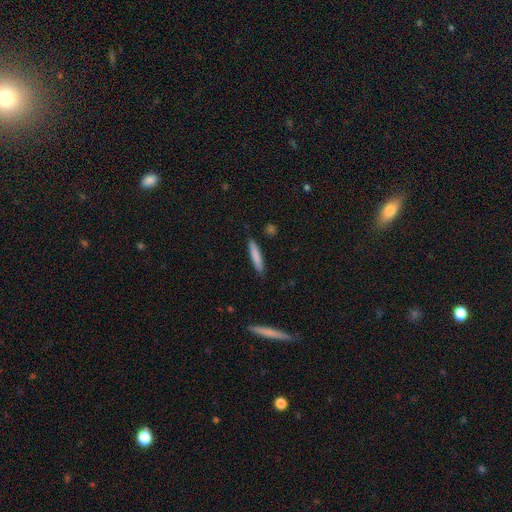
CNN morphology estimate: A smooth galaxy with no disk features (80%) that is cigar-shaped (91%).

Vote fractions:
- Smooth or featured? smooth: 80% / featured or disk: 14% / star or artifact: 6%
- How rounded? cigar-shaped: 91% / in between: 8% / round: 1%
- Merging? none: 87% / minor disturbance: 10% / major disturbance: 2% / merger: 1%